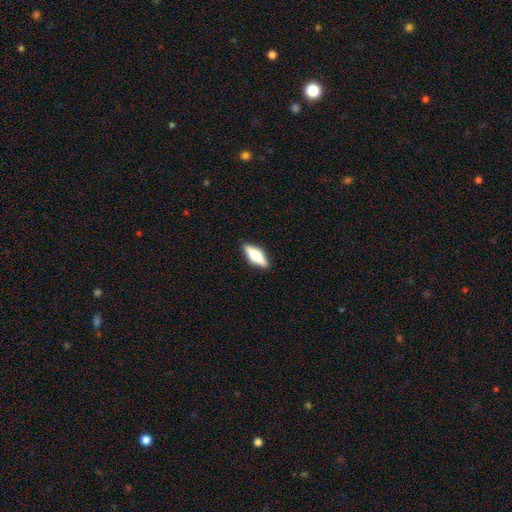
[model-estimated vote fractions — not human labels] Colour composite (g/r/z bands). It shows a featured or disk galaxy (51%) viewed edge-on (94%). Merging: none (90%).